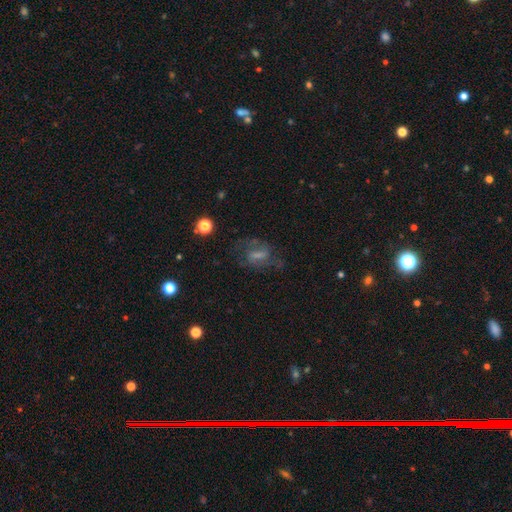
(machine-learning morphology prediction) Smooth or featured: featured or disk — 53% (smooth — 28%)
Edge-on disk: no — 92% (yes — 8%)
Merging: none — 61% (minor disturbance — 18%)